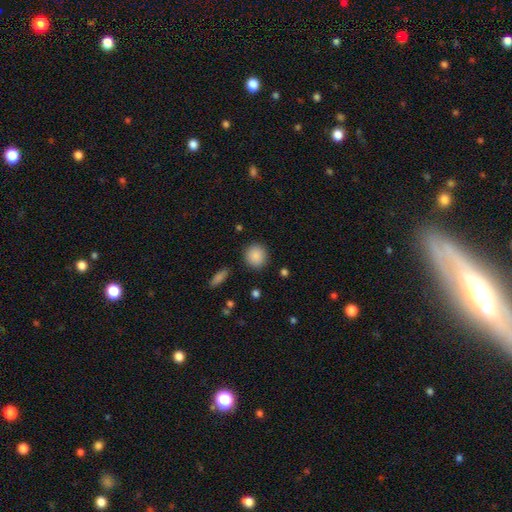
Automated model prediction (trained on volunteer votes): This is clearly a smooth galaxy (88%). How rounded: clearly round (89%). Merging: clearly none (89%).